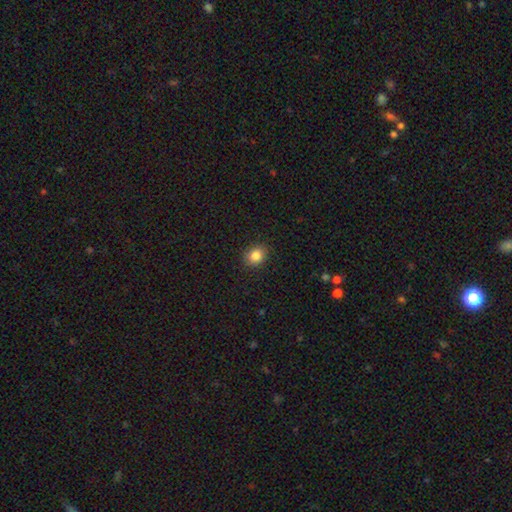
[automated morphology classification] smooth 84%, star or artifact 10%, featured or disk 6%. Down the decision tree: how rounded — round (61%); merging — none (89%).